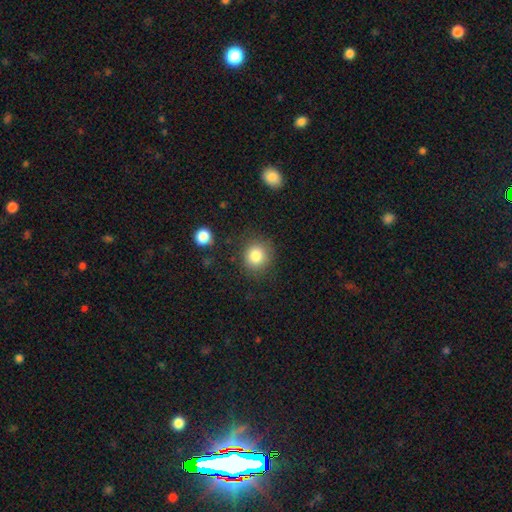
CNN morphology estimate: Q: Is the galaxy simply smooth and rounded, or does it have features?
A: smooth — 83%.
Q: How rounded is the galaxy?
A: round — 86%.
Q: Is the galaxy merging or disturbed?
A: none — 84%.